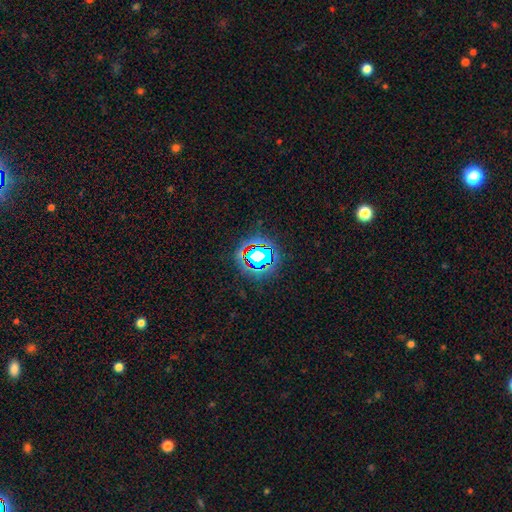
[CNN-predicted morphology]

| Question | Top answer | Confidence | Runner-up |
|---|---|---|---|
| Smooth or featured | star or artifact | 64% | smooth (22%) |